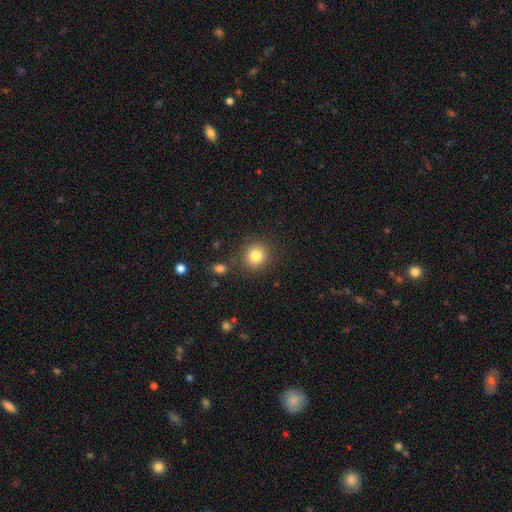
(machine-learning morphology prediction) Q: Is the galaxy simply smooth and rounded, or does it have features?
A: smooth — 82%.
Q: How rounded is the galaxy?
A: round — 88%.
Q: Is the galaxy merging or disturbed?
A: none — 85%.